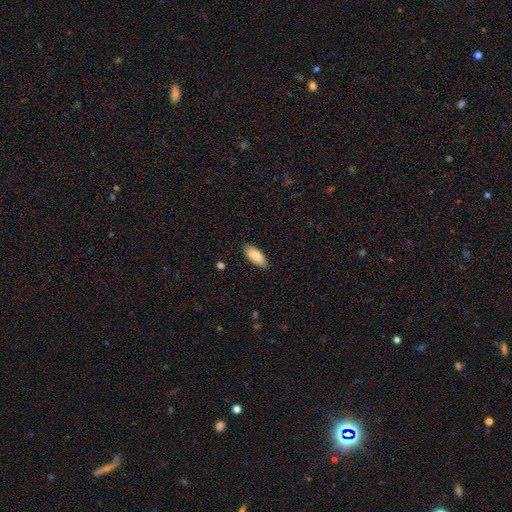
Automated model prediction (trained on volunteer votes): Smooth or featured?
  - smooth: 88% *
  - featured or disk: 6%
  - star or artifact: 6%
How rounded?
  - in between: 80% *
  - cigar-shaped: 18%
  - round: 2%
Merging?
  - none: 86% *
  - minor disturbance: 11%
  - major disturbance: 2%
  - merger: 1%